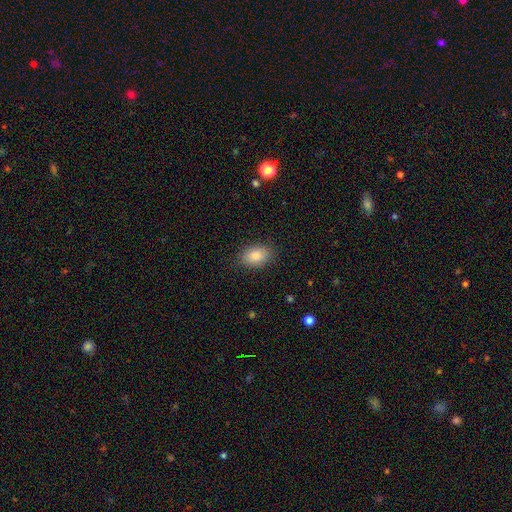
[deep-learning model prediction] Smooth or featured: smooth — 85% (star or artifact — 8%)
How rounded: in between — 87% (round — 11%)
Merging: none — 85% (minor disturbance — 11%)